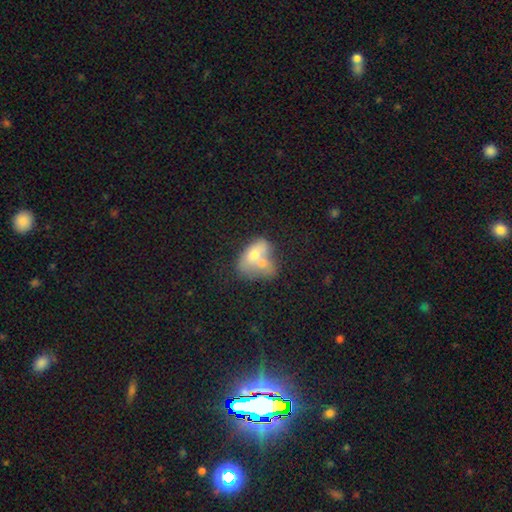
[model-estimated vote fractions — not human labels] This is likely a smooth galaxy (63%). How rounded: clearly in between (82%). Merging: likely merger (71%).